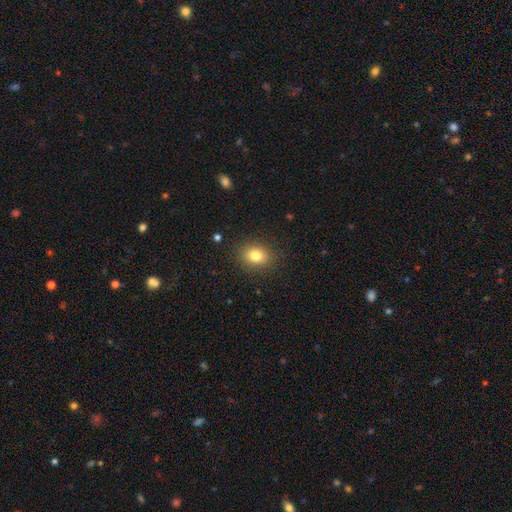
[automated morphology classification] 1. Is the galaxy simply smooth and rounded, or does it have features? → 81% smooth, 11% star or artifact, 8% featured or disk.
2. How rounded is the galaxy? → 50% in between, 49% round, 1% cigar-shaped.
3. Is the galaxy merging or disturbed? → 87% none, 9% minor disturbance, 3% major disturbance, 1% merger.